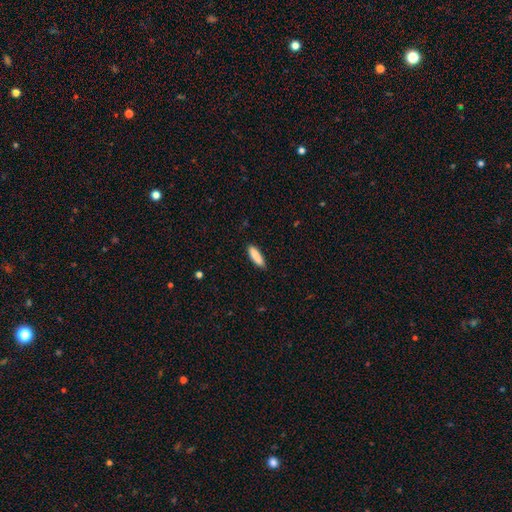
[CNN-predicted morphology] type=smooth (87%); roundness=cigar-shaped (61%); merging=none (87%).